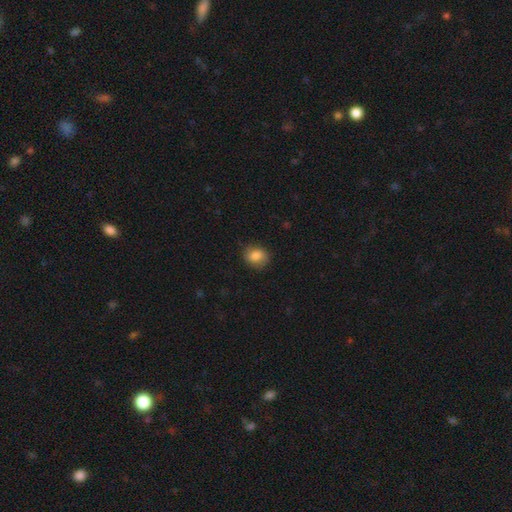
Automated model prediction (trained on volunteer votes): smooth-or-featured: smooth: 82% | featured or disk: 9% | star or artifact: 8%
  how-rounded: round: 56% | in between: 43% | cigar-shaped: 1%
  merging: none: 80% | minor disturbance: 15% | major disturbance: 4% | merger: 1%